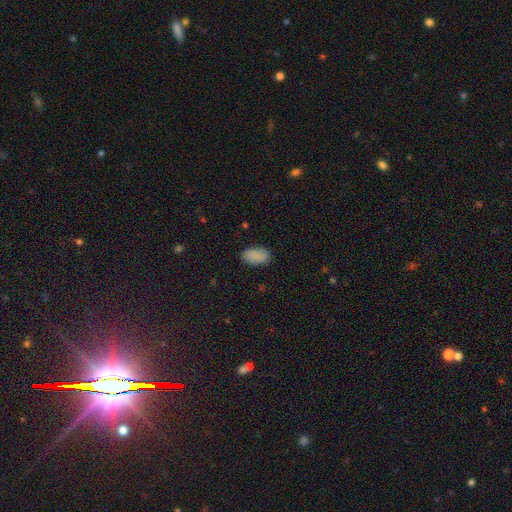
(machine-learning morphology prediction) Smooth or featured? Predicted: smooth (p=0.88). How rounded? Predicted: in between (p=0.95). Merging? Predicted: none (p=0.84).